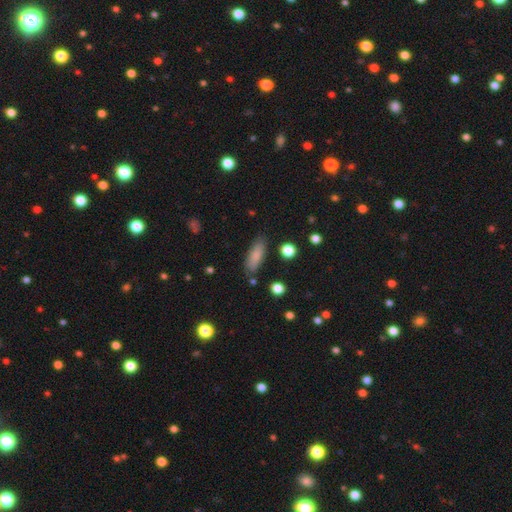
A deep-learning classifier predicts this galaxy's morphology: The model was most divided on "how rounded": in between: 59%, cigar-shaped: 38%, round: 2%. More confident: smooth or featured — smooth (82%); merging — none (81%).